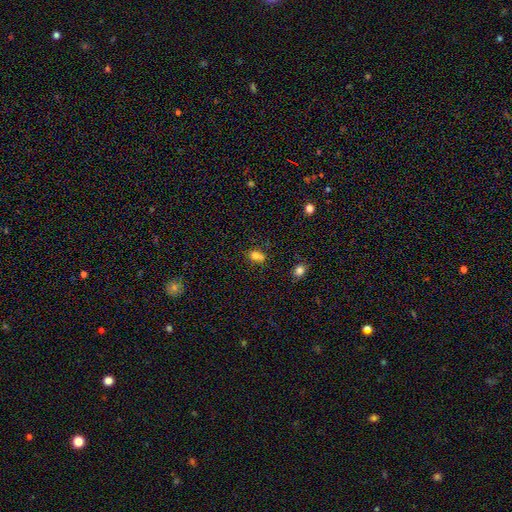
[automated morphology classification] smooth 73%, star or artifact 14%, featured or disk 12%. Down the decision tree: how rounded — round (68%); merging — merger (45%).